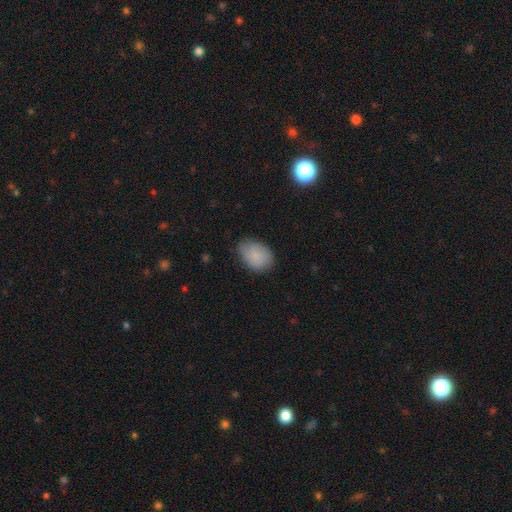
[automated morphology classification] Overall: smooth (87%). How rounded: in between (80%). Merging: none (72%).